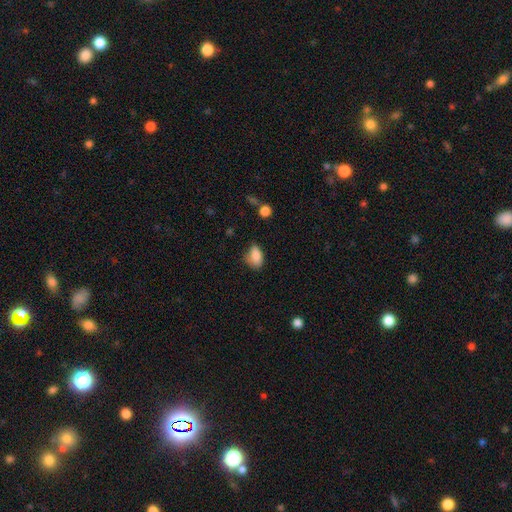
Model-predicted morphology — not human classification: smooth_or_featured: smooth (p=0.84) [alt: star or artifact p=0.09]
how_rounded: in between (p=0.86) [alt: round p=0.11]
merging: none (p=0.54) [alt: minor disturbance p=0.35]